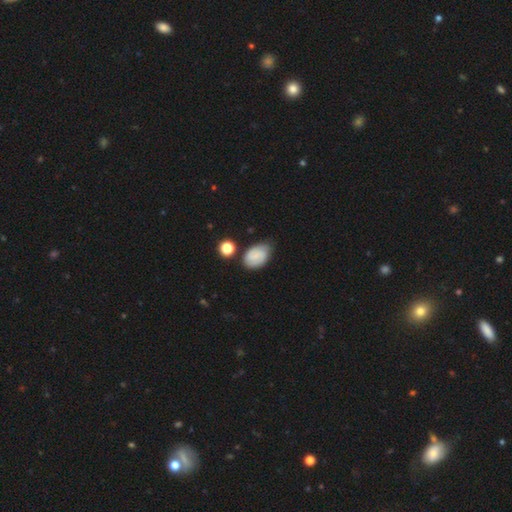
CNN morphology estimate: Overall: smooth (66%). How rounded: in between (85%). Merging: none (61%; minor disturbance 28%).